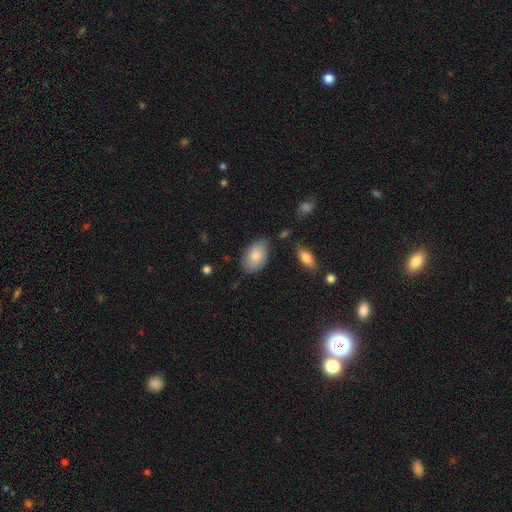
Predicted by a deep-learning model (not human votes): This appears to be a smooth galaxy with no disk features (83%) that is in between round and cigar-shaped (94%). Merging: none (78%).